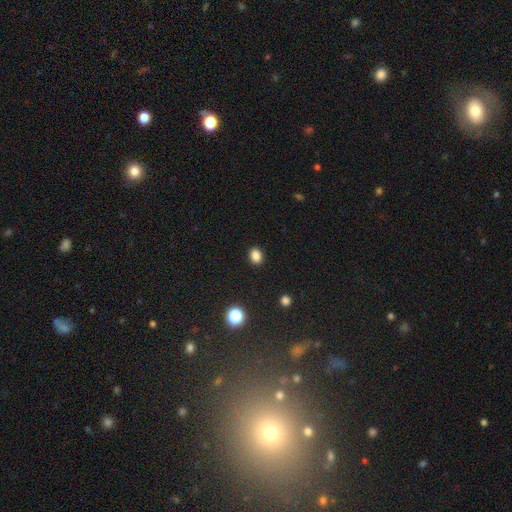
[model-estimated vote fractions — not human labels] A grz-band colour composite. It shows a smooth galaxy with no disk features (85%) that is in between round and cigar-shaped (59%). Merging: none (90%).